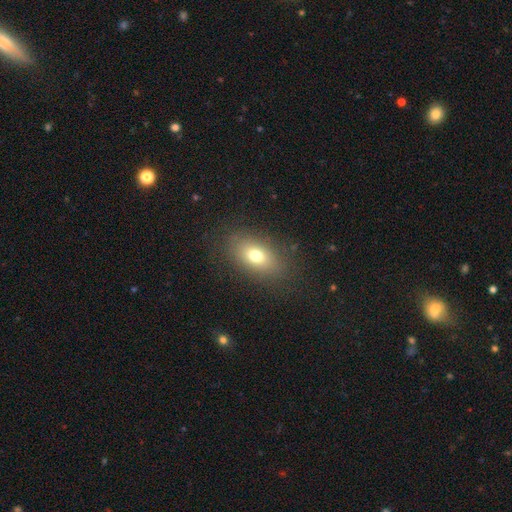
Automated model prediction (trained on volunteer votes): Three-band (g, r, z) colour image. It shows a smooth galaxy with no disk features (73%) that is in between round and cigar-shaped (83%). Merging: none (84%).